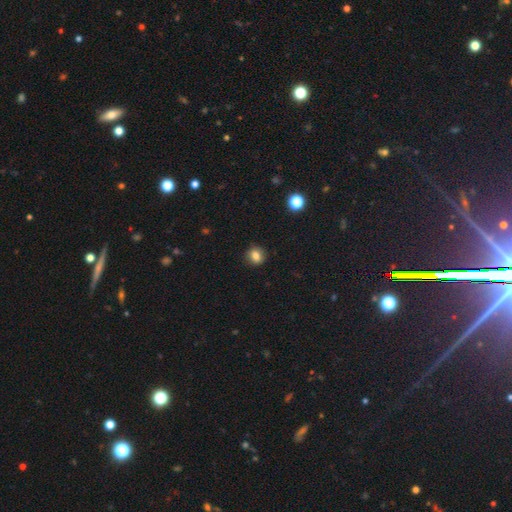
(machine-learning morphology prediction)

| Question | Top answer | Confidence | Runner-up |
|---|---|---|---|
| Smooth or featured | smooth | 81% | star or artifact (11%) |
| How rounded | round | 70% | in between (29%) |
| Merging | none | 86% | minor disturbance (10%) |